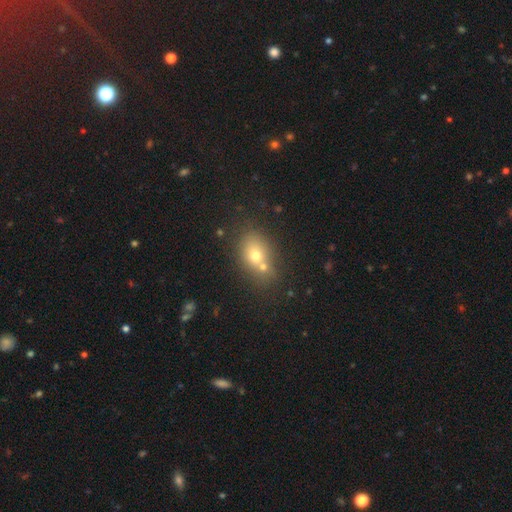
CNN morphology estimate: This appears to be a smooth galaxy with no disk features (66%) that is in between round and cigar-shaped (60%). Merging: none (51%).